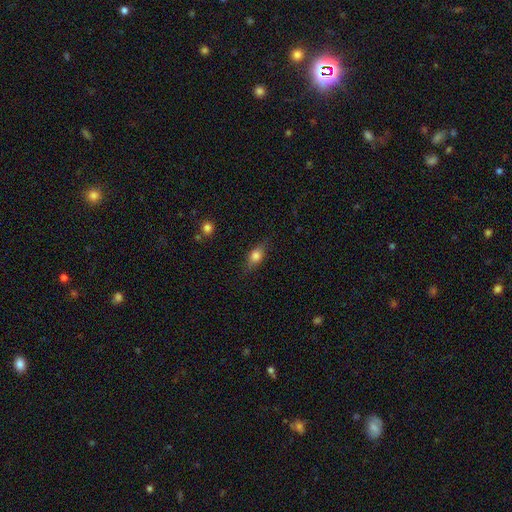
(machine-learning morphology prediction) Smooth or featured: smooth — 66% (featured or disk — 25%)
How rounded: in between — 70% (round — 15%)
Merging: none — 77% (minor disturbance — 17%)